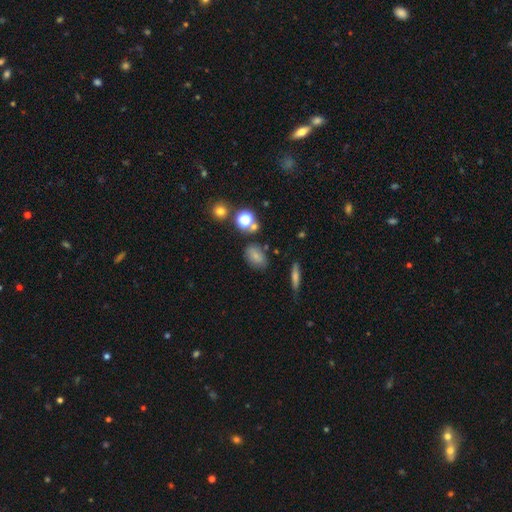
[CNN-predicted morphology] smooth-or-featured: smooth: 73% | star or artifact: 15% | featured or disk: 12%
  how-rounded: in between: 79% | round: 18% | cigar-shaped: 3%
  merging: none: 71% | minor disturbance: 17% | merger: 6% | major disturbance: 5%